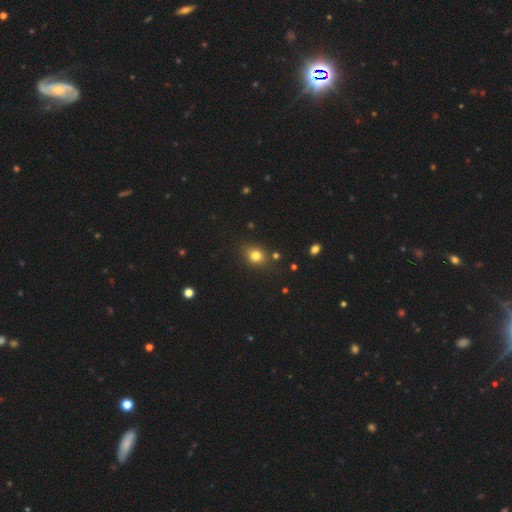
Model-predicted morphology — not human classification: smooth 79%, star or artifact 14%, featured or disk 8%. Down the decision tree: how rounded — round (56%); merging — none (78%).